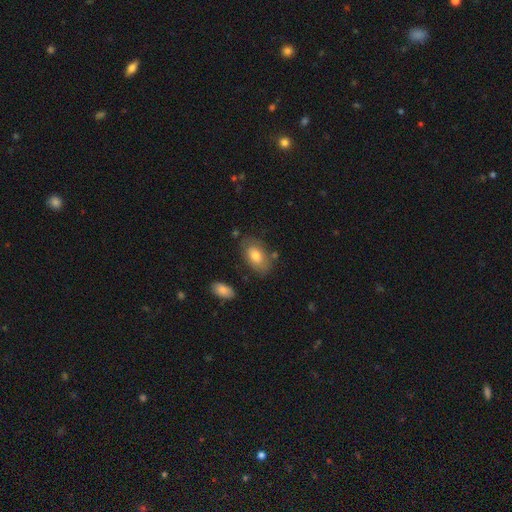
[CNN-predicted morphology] The model was most divided on "merging": none: 71%, minor disturbance: 19%, major disturbance: 6%, merger: 5%. More confident: how rounded — in between (91%); smooth or featured — smooth (73%).